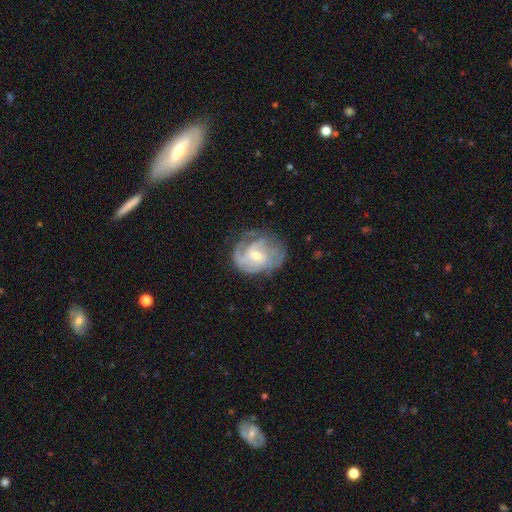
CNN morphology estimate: type=featured or disk (77%); edge-on=no (97%); bar=no (49%); spiral arms=yes (89%); winding=tight (47%); arm count=can't tell (33%); bulge=moderate (52%); merging=none (59%).